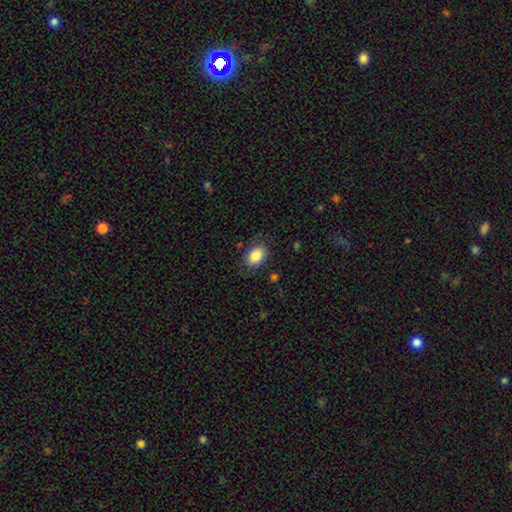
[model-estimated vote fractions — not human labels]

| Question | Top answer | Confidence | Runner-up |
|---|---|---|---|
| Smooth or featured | smooth | 87% | star or artifact (8%) |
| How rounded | in between | 85% | round (14%) |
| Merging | none | 81% | minor disturbance (14%) |